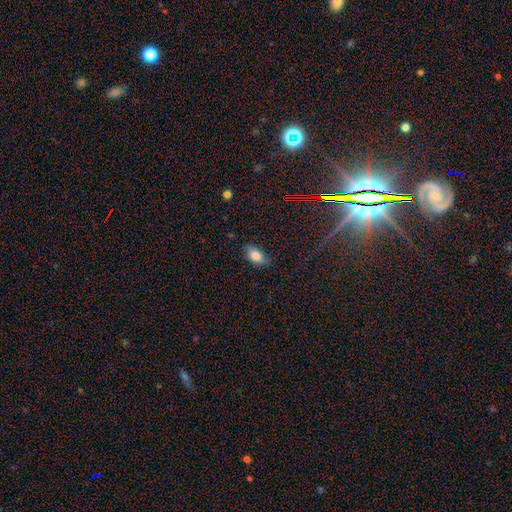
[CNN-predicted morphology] Smooth or featured? Predicted: smooth (p=0.76). How rounded? Predicted: in between (p=0.89). Merging? Predicted: none (p=0.77).